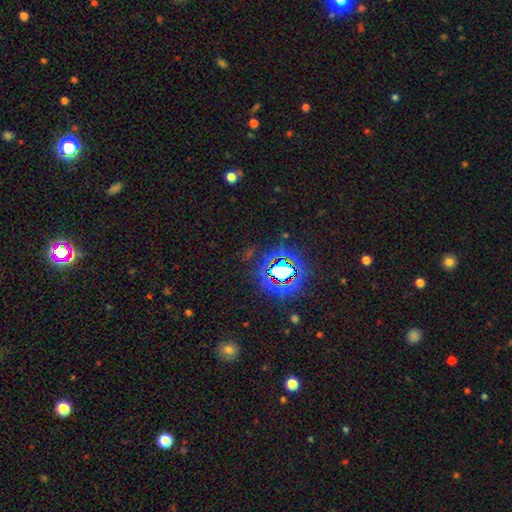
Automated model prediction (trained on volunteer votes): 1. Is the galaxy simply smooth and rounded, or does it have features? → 82% star or artifact, 11% smooth, 8% featured or disk.